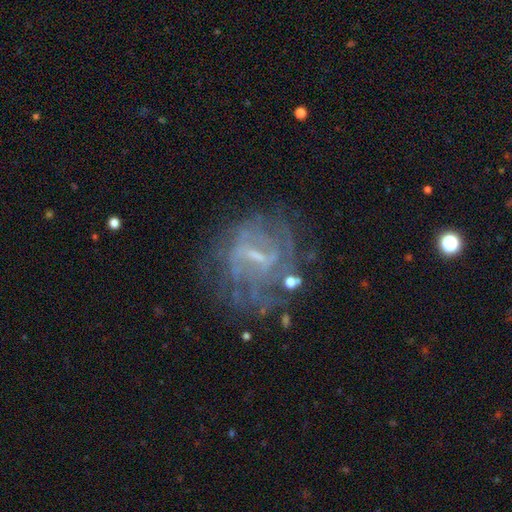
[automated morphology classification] This is likely a featured or disk galaxy (74%). It is clearly not viewed edge-on (97%). Bar: possibly weak (52%). Spiral arm pattern: likely yes (68%). Central bulge: possibly small (56%). Merging: likely none (61%).